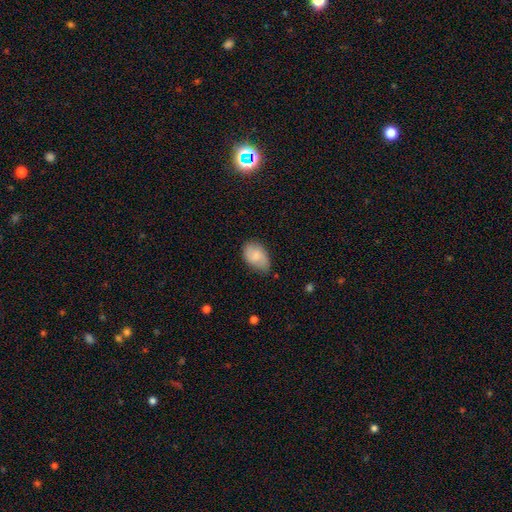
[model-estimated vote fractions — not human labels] Smooth or featured: smooth — 74% (featured or disk — 19%)
How rounded: in between — 90% (round — 9%)
Merging: none — 66% (minor disturbance — 28%)